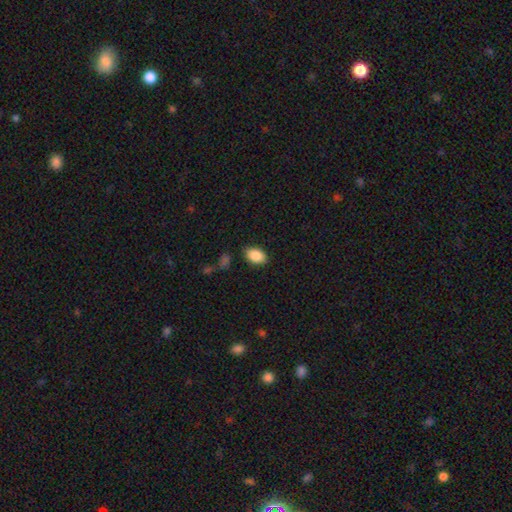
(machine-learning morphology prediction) Q: Smooth or featured?
A: smooth (88%); runner-up: star or artifact (7%)
Q: How rounded?
A: in between (88%); runner-up: round (11%)
Q: Merging?
A: none (84%); runner-up: minor disturbance (11%)